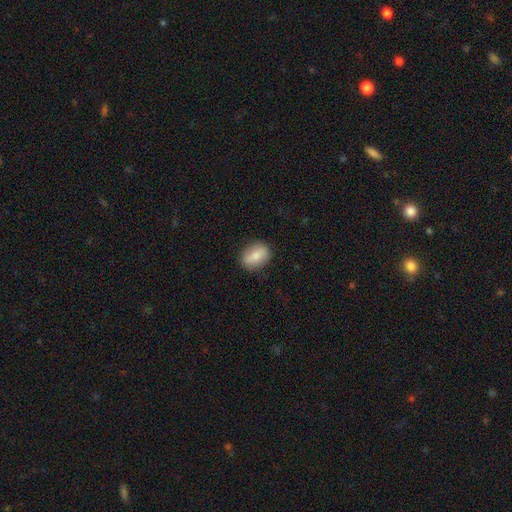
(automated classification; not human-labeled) This is likely a smooth galaxy (79%). How rounded: likely in between (72%). Merging: clearly none (84%).